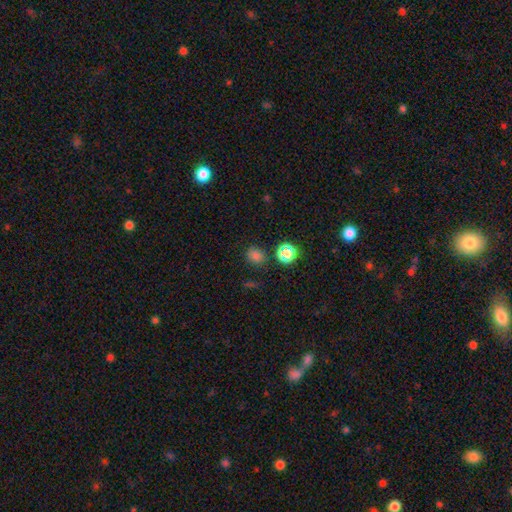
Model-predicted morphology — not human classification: Smooth or featured? Predicted: smooth (p=0.74). How rounded? Predicted: round (p=0.68). Merging? Predicted: none (p=0.81).